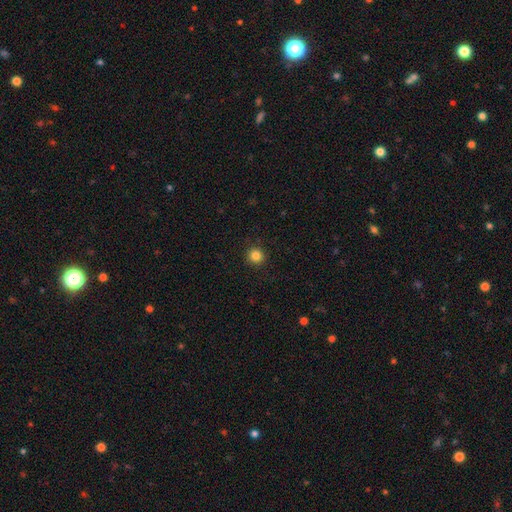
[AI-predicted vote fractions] Smooth or featured? smooth (84%)
How rounded? round (94%)
Merging? none (92%)